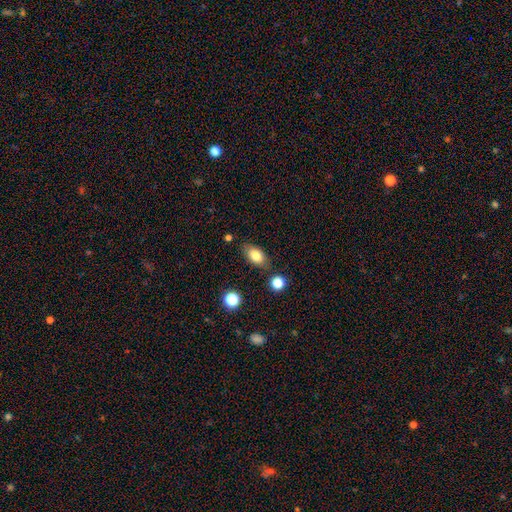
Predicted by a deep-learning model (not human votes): This appears to be a smooth galaxy with no disk features (80%) that is in between round and cigar-shaped (89%). Merging: none (77%).